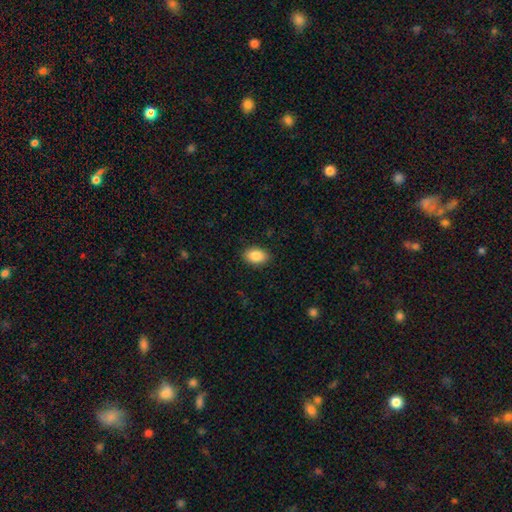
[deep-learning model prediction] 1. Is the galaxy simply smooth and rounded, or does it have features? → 88% smooth, 7% star or artifact, 5% featured or disk.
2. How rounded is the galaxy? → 89% in between, 10% round, 1% cigar-shaped.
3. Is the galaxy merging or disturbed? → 88% none, 8% minor disturbance, 2% major disturbance, 1% merger.